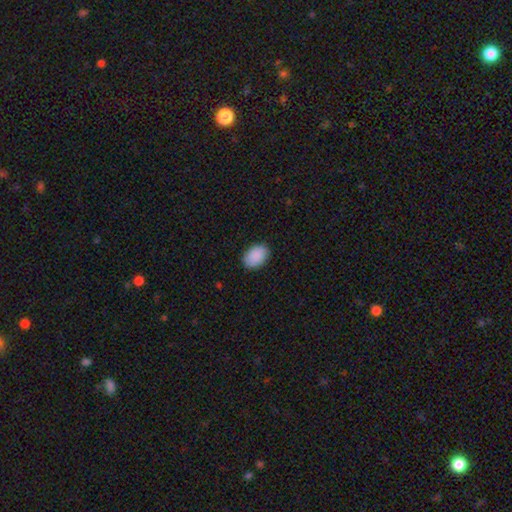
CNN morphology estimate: The model was most divided on "how rounded": in between: 86%, round: 13%, cigar-shaped: 1%. More confident: smooth or featured — smooth (91%); merging — none (87%).